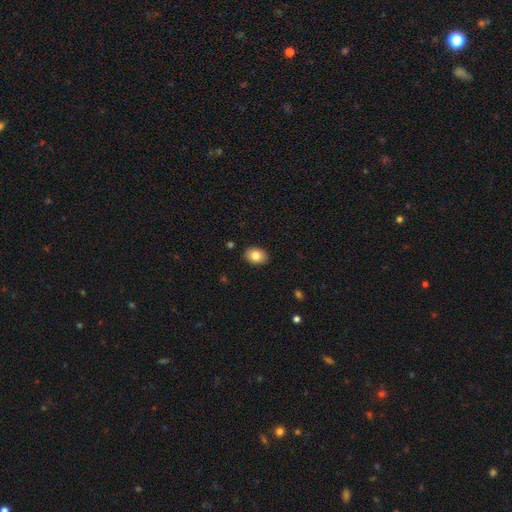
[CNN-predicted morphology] smooth_or_featured: smooth (p=0.82) [alt: featured or disk p=0.10]
how_rounded: in between (p=0.76) [alt: round p=0.23]
merging: none (p=0.89) [alt: minor disturbance p=0.08]